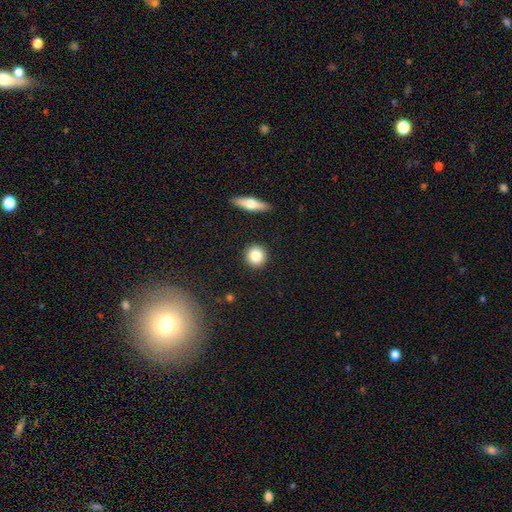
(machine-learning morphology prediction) smooth_or_featured: smooth (p=0.83) [alt: featured or disk p=0.09]
how_rounded: round (p=0.93) [alt: in between p=0.06]
merging: none (p=0.92) [alt: minor disturbance p=0.05]